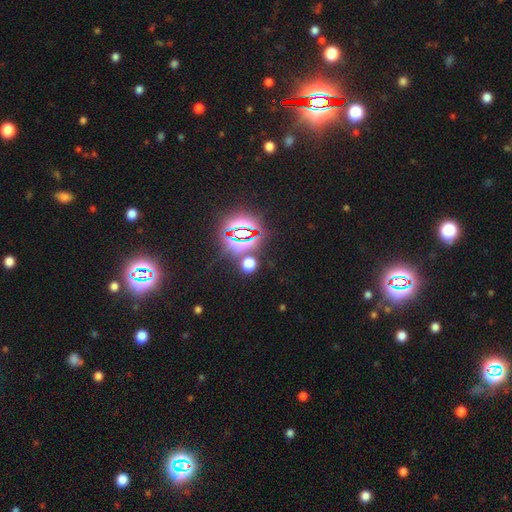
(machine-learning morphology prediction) smooth_or_featured: star or artifact (p=0.81) [alt: smooth p=0.12]